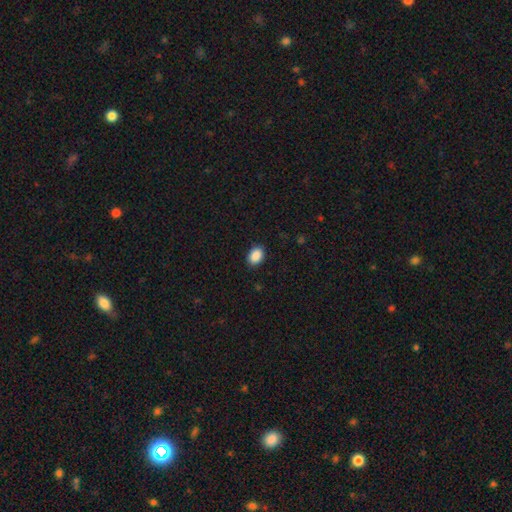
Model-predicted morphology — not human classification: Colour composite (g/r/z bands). It shows a smooth galaxy with no disk features (90%) that is in between round and cigar-shaped (78%). Merging: none (88%).